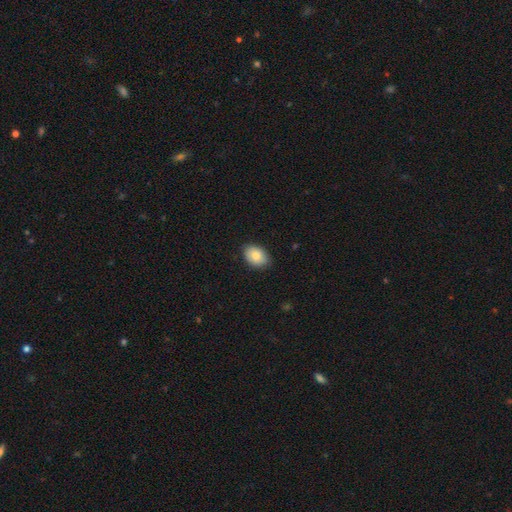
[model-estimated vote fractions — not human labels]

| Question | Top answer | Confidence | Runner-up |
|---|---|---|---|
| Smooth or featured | smooth | 83% | featured or disk (10%) |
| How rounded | in between | 82% | round (17%) |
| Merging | none | 84% | minor disturbance (13%) |